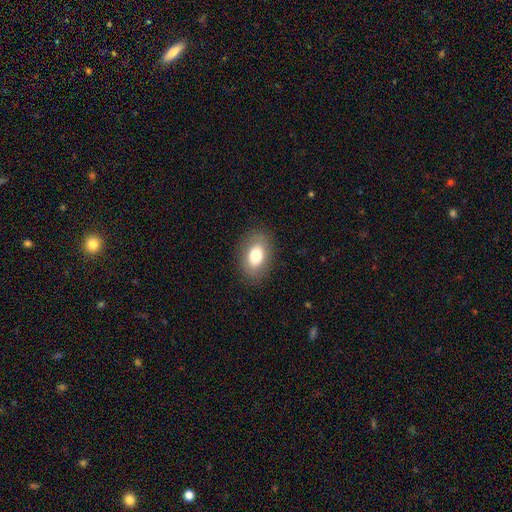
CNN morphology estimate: Smooth or featured?
  - smooth: 74% *
  - featured or disk: 17%
  - star or artifact: 8%
How rounded?
  - in between: 86% *
  - round: 13%
  - cigar-shaped: 1%
Merging?
  - none: 85% *
  - minor disturbance: 10%
  - major disturbance: 4%
  - merger: 1%